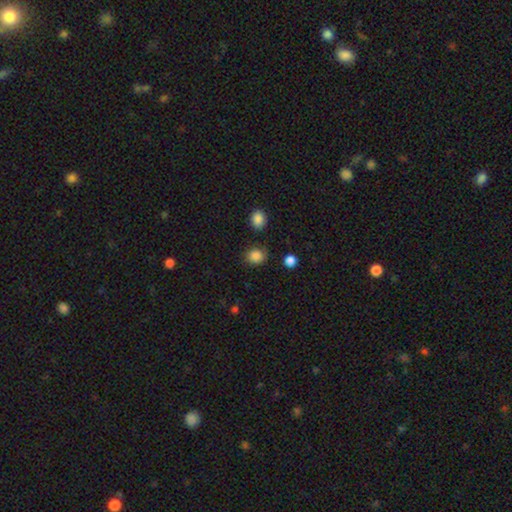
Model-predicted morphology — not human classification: A smooth galaxy with no disk features (85%) that is round (69%). Merging: none (79%).